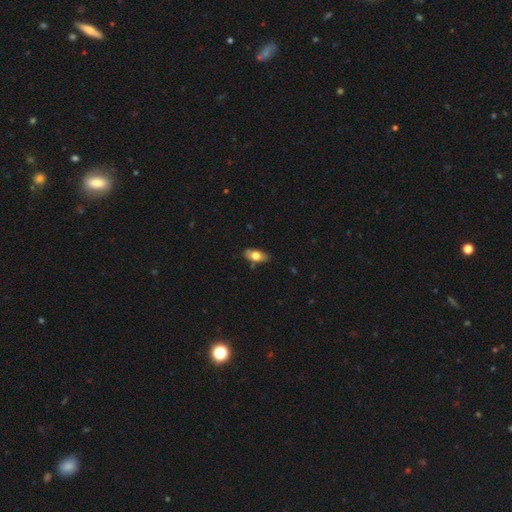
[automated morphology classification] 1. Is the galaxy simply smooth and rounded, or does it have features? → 70% smooth, 23% featured or disk, 7% star or artifact.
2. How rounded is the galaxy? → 86% in between, 9% cigar-shaped, 5% round.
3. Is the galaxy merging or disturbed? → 77% none, 18% minor disturbance, 3% major disturbance, 2% merger.